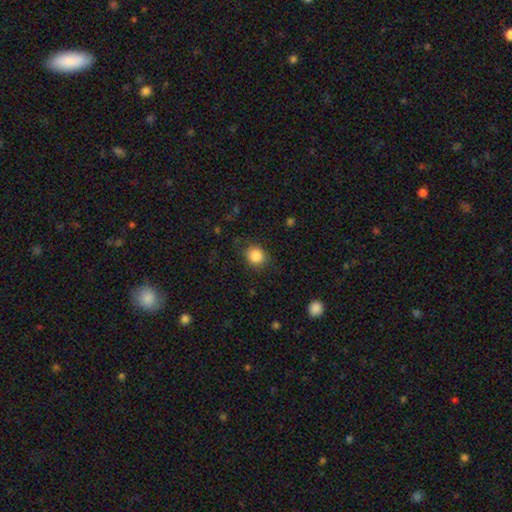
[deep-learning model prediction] This is clearly a smooth galaxy (86%). How rounded: likely round (78%). Merging: clearly none (84%).